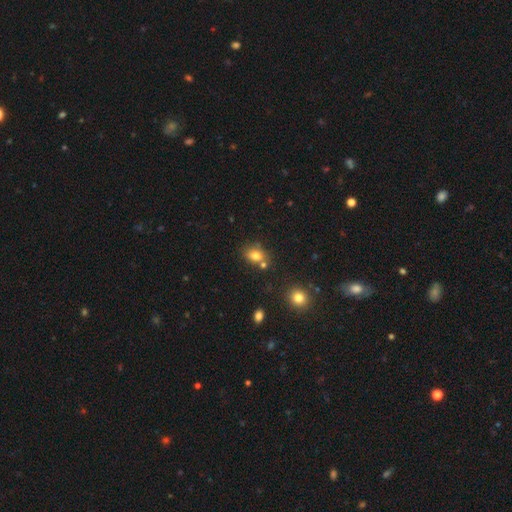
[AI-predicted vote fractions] A smooth galaxy with no disk features (79%) that is in between round and cigar-shaped (65%). Merging: none (63%).